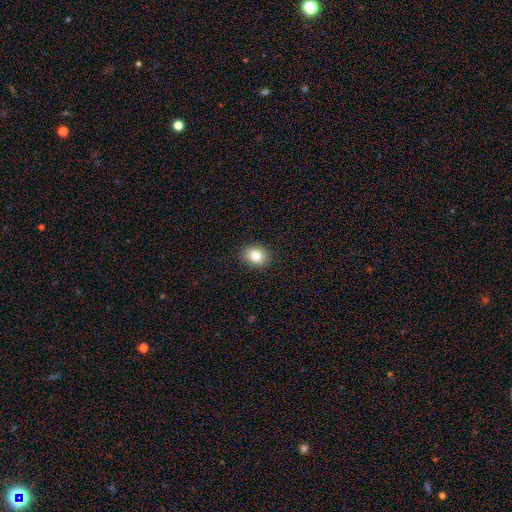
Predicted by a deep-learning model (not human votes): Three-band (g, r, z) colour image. It shows a smooth galaxy with no disk features (82%) that is in between round and cigar-shaped (51%). Merging: none (90%).